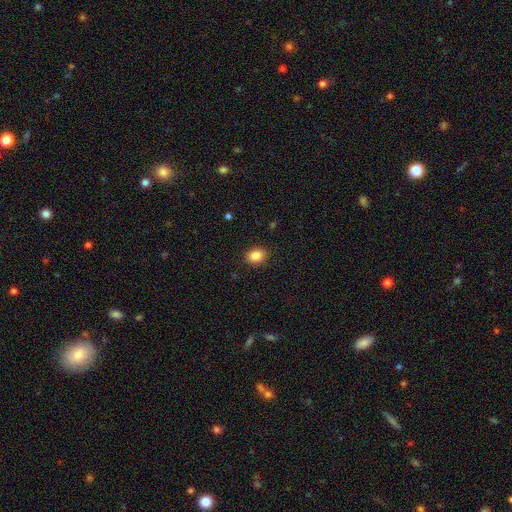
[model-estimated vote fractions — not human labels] Smooth or featured? Predicted: smooth (p=0.86). How rounded? Predicted: in between (p=0.61). Merging? Predicted: none (p=0.88).